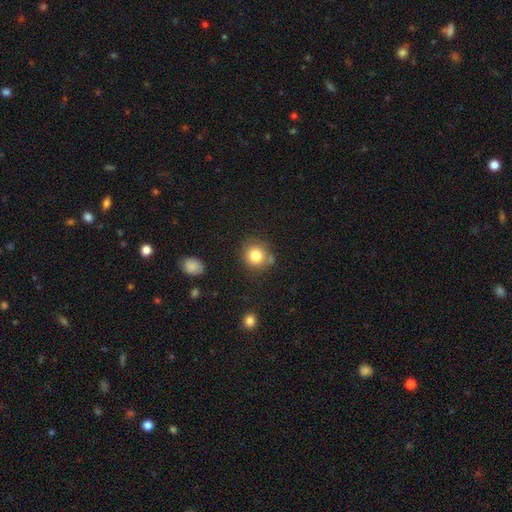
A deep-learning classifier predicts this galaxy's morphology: A smooth galaxy with no disk features (82%) that is round (89%). Merging: none (74%).